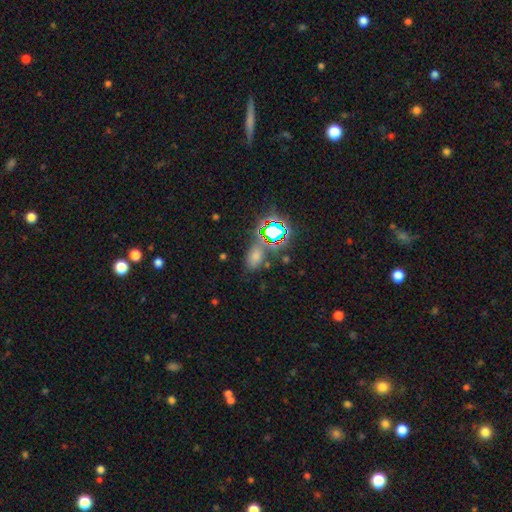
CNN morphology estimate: This appears to be a smooth galaxy with no disk features (57%) that is in between round and cigar-shaped (84%). Merging: none (68%).